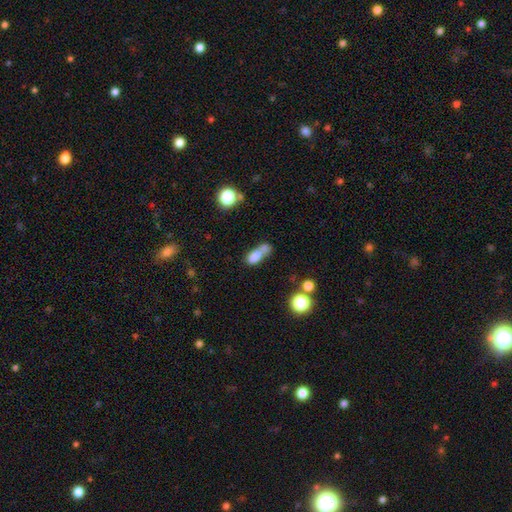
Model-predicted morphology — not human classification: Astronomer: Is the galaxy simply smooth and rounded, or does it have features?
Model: smooth — 76%.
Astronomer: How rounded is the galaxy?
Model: in between — 79%.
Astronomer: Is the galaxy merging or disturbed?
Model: merger — 56%.